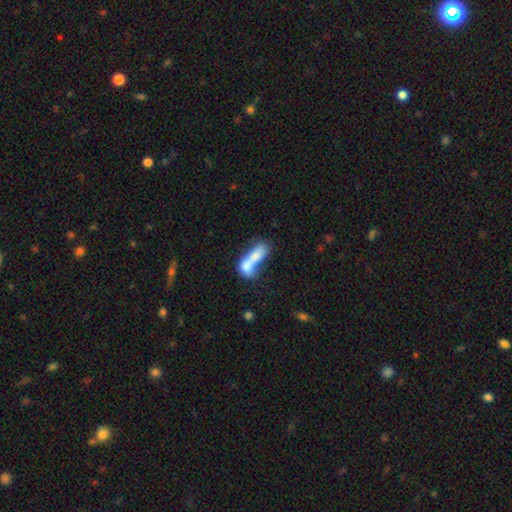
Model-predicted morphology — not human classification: The model was most divided on "how rounded": in between: 61%, cigar-shaped: 33%, round: 7%. More confident: merging — merger (68%); smooth or featured — smooth (68%).